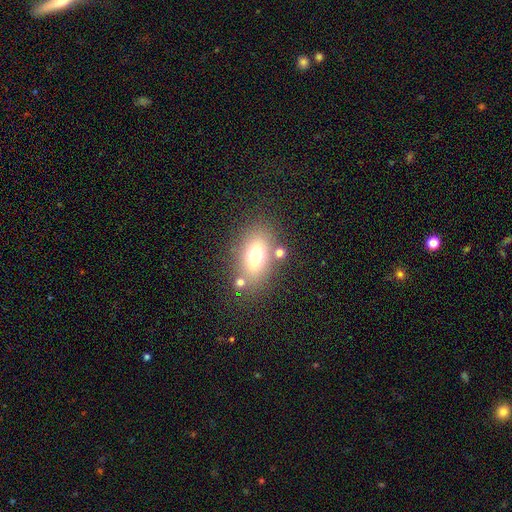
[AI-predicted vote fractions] This is likely a smooth galaxy (69%). How rounded: clearly in between (82%). Merging: likely none (72%).